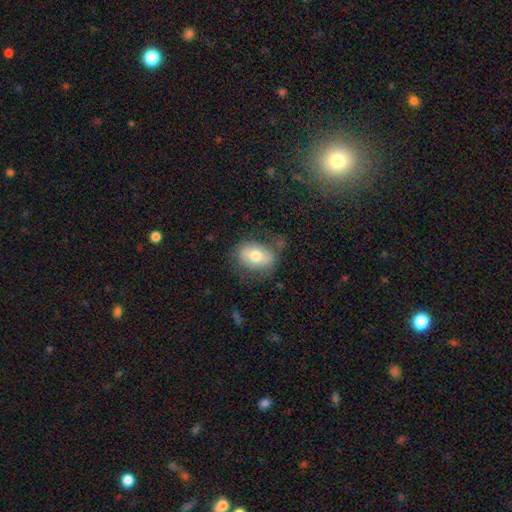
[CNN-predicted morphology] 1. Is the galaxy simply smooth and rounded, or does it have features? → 63% smooth, 30% featured or disk, 7% star or artifact.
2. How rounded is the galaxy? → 71% in between, 27% round, 1% cigar-shaped.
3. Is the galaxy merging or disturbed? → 61% none, 23% minor disturbance, 14% major disturbance, 2% merger.